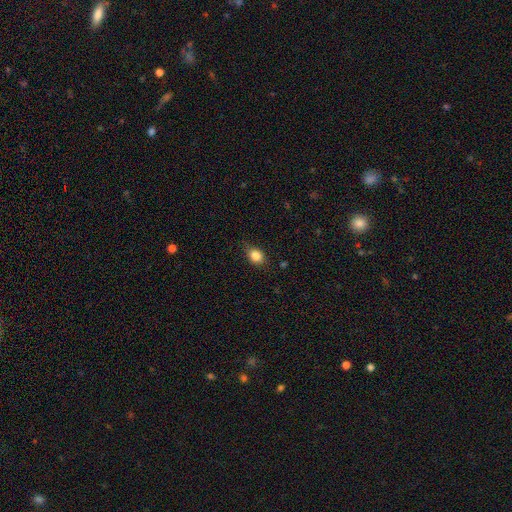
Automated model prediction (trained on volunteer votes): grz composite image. It shows a smooth galaxy with no disk features (83%) that is in between round and cigar-shaped (49%, tied with round). Merging: none (73%).